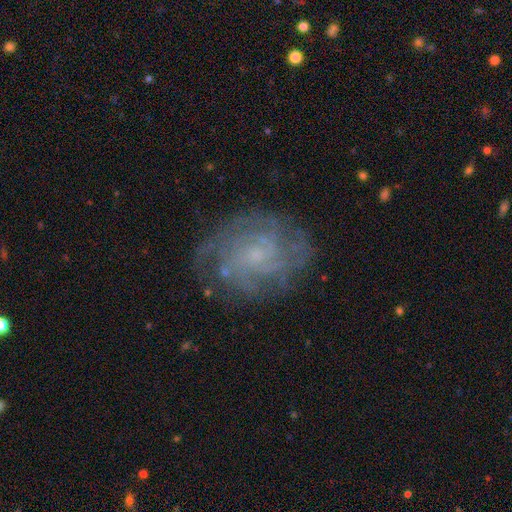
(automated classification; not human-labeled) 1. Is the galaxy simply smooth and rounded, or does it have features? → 80% featured or disk, 12% smooth, 8% star or artifact.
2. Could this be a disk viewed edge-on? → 98% no, 2% yes.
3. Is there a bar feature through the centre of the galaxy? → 70% no, 26% weak, 3% strong.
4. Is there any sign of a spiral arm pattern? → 92% yes, 8% no.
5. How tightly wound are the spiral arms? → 59% tight, 32% medium, 9% loose.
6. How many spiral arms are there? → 40% can't tell, 16% 4, 16% 3, 13% 2, 8% more than 4, 6% 1.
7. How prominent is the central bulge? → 69% small, 18% moderate, 11% none, 1% large, 1% dominant.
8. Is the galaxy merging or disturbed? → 75% none, 16% minor disturbance, 7% major disturbance, 1% merger.